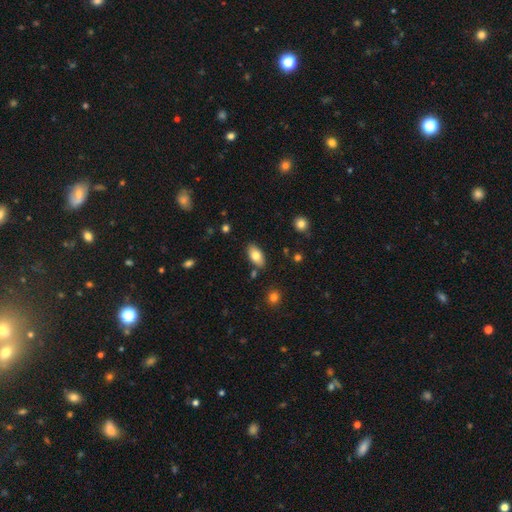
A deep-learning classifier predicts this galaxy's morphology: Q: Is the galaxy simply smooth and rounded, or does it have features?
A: smooth — 78%.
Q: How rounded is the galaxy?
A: in between — 93%.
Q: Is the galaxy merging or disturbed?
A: none — 83%.